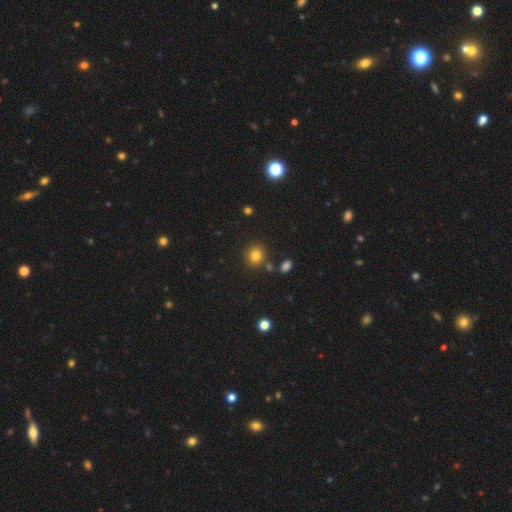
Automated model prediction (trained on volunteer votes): smooth_or_featured: smooth (p=0.80) [alt: star or artifact p=0.13]
how_rounded: round (p=0.85) [alt: in between p=0.14]
merging: none (p=0.81) [alt: minor disturbance p=0.09]